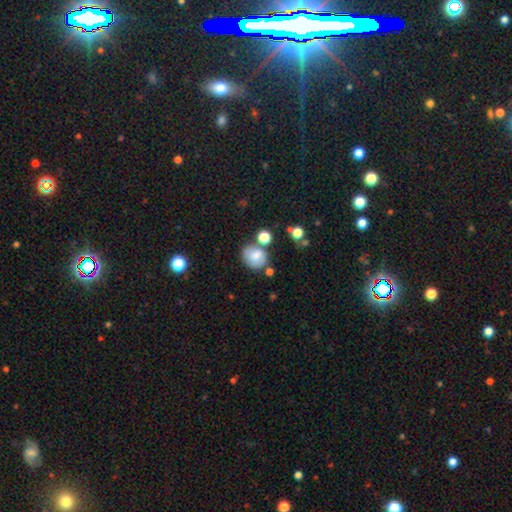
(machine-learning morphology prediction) Smooth or featured? Predicted: smooth (p=0.75). How rounded? Predicted: round (p=0.69). Merging? Predicted: none (p=0.60).